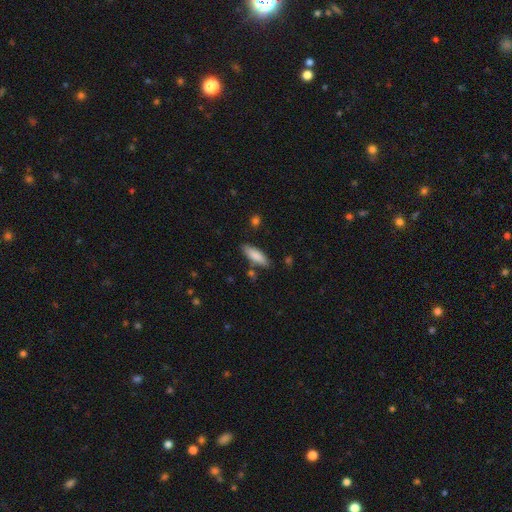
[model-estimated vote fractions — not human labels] Morphology: type=smooth (85%); roundness=in between (54%); merging=none (82%).